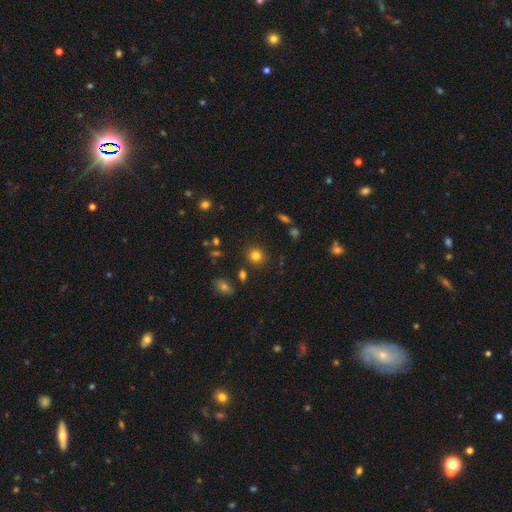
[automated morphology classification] The model was most divided on "smooth or featured": smooth: 81%, star or artifact: 13%, featured or disk: 6%. More confident: merging — none (86%); how rounded — round (84%).